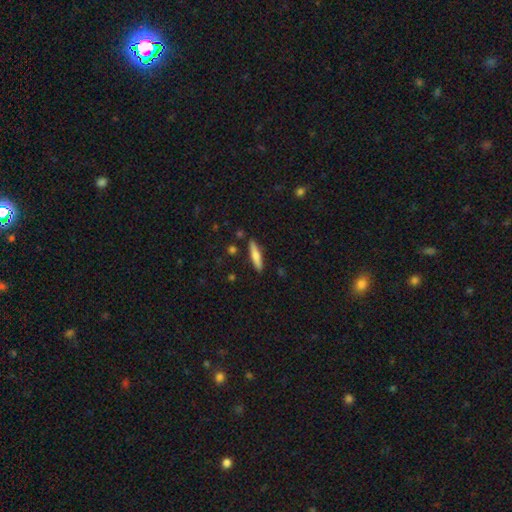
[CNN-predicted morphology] A smooth galaxy with no disk features (62%) that is cigar-shaped (83%). Merging: none (87%).